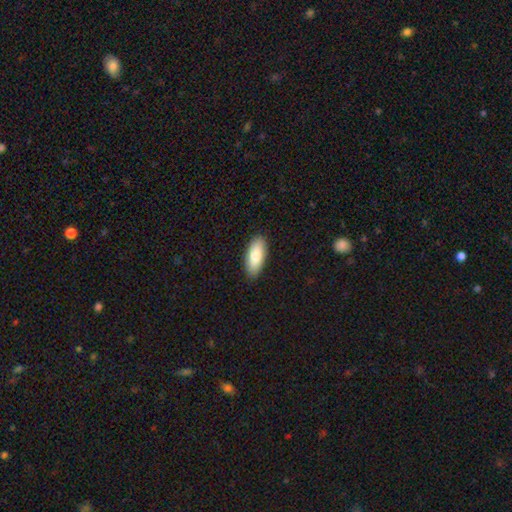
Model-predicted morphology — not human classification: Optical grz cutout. It shows a smooth galaxy with no disk features (83%) that is in between round and cigar-shaped (83%). Merging: none (89%).